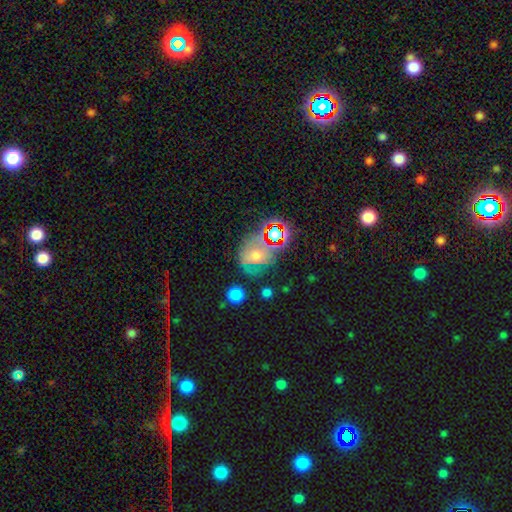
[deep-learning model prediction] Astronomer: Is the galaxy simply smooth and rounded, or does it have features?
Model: smooth — 34% (runner-up: star or artifact, 33%).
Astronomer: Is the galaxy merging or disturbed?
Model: none — 54%.